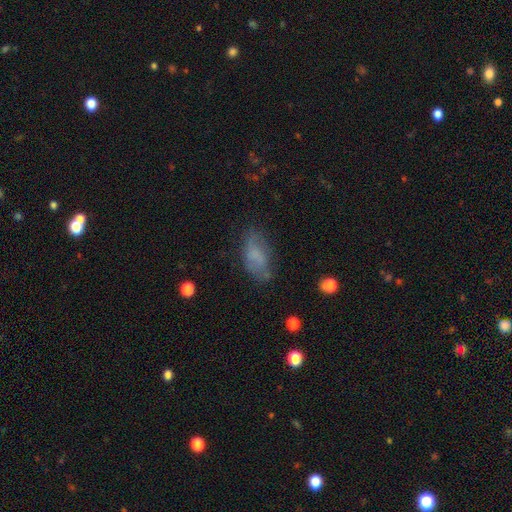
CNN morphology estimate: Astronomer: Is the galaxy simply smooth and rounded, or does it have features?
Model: smooth — 65%.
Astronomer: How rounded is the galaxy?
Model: in between — 89%.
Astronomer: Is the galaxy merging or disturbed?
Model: none — 61%.